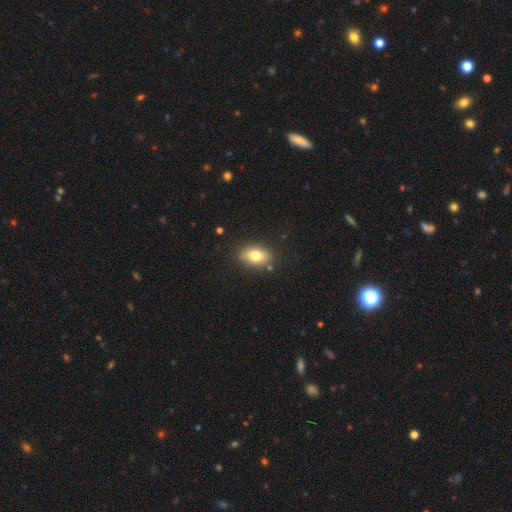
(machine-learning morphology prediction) Q: Smooth or featured?
A: smooth (79%); runner-up: featured or disk (12%)
Q: How rounded?
A: in between (84%); runner-up: round (14%)
Q: Merging?
A: none (83%); runner-up: minor disturbance (12%)